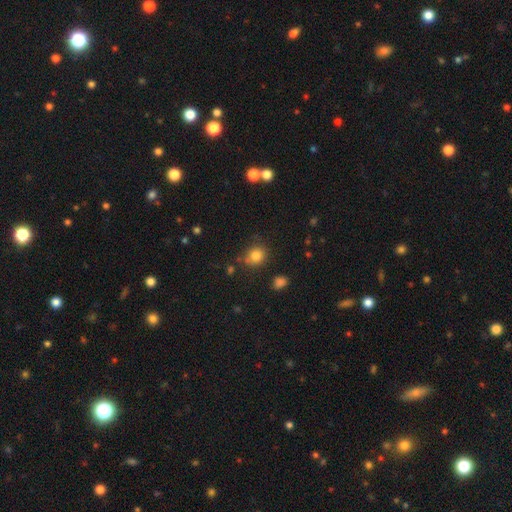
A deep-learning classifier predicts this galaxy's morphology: This appears to be a smooth galaxy with no disk features (82%) that is round (79%). Merging: none (75%).